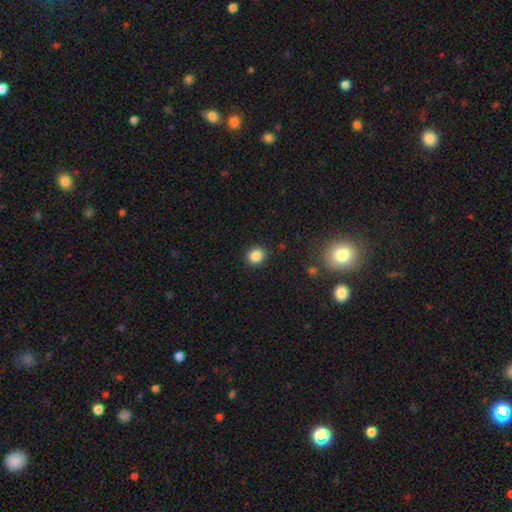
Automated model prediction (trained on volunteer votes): A smooth galaxy with no disk features (85%) that is round (83%). Merging: none (90%).